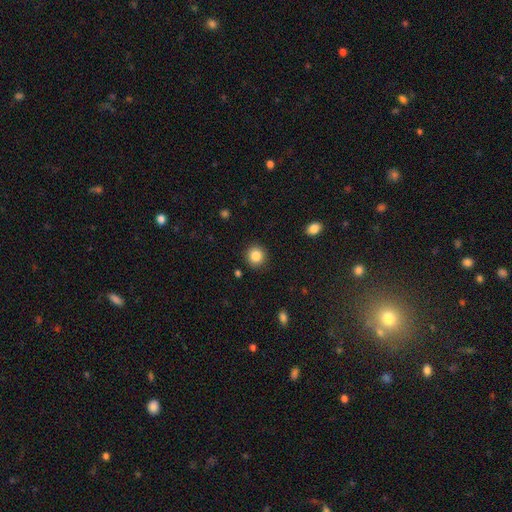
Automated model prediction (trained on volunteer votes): A smooth galaxy with no disk features (85%) that is round (91%). Merging: none (91%).